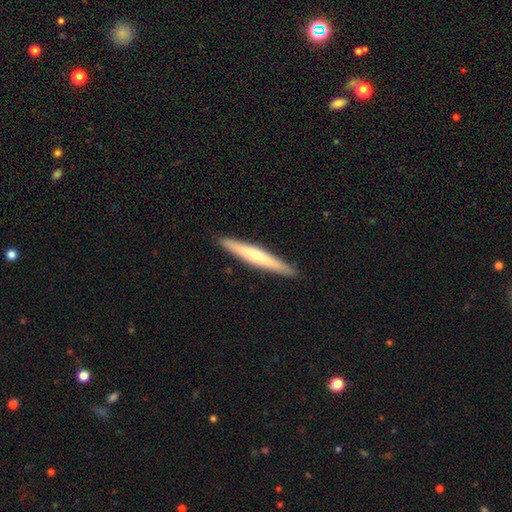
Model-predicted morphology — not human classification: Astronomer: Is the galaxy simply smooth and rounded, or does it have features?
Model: featured or disk — 52% (runner-up: smooth, 43%).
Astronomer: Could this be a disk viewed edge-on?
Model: yes — 95%.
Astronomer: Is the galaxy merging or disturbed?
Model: none — 92%.